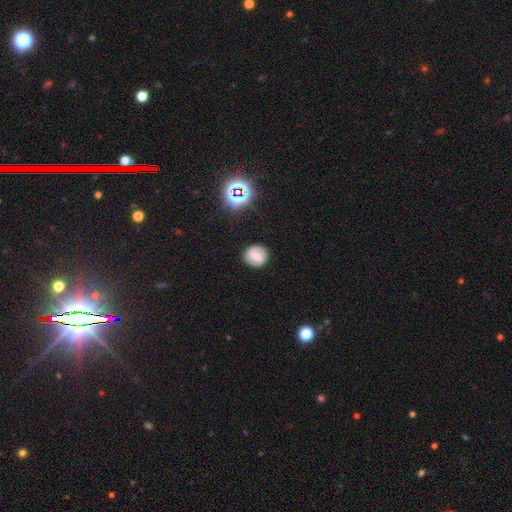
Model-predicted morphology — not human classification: type=smooth (66%); roundness=round (89%); merging=none (87%).